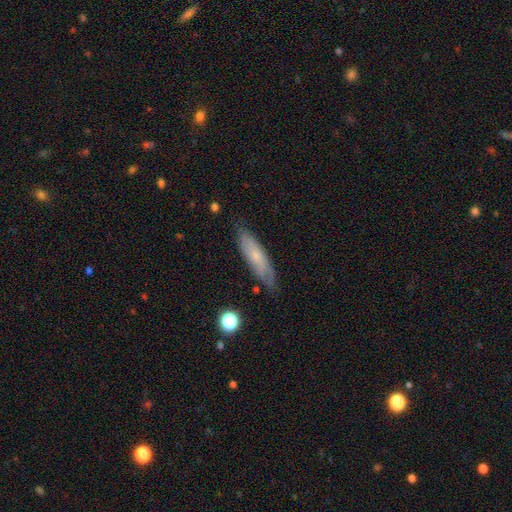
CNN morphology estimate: smooth-or-featured: smooth: 53% | featured or disk: 39% | star or artifact: 7%
  how-rounded: cigar-shaped: 65% | in between: 34% | round: 2%
  merging: none: 76% | minor disturbance: 19% | major disturbance: 4% | merger: 2%